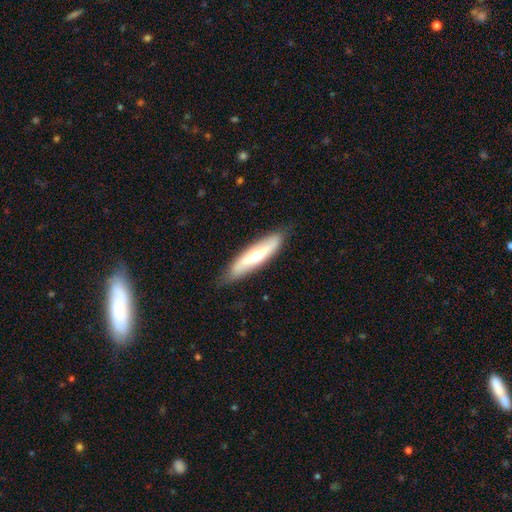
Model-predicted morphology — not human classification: smooth-or-featured: featured or disk: 52% | smooth: 43% | star or artifact: 5%
  disk-edge-on: yes: 51% | no: 49%
  merging: none: 83% | minor disturbance: 14% | major disturbance: 2% | merger: 1%